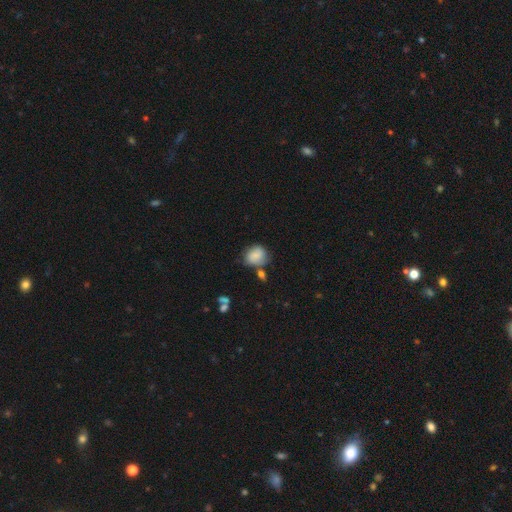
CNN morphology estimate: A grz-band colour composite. It shows a smooth galaxy with no disk features (78%) that is round (60%). Merging: none (52%).